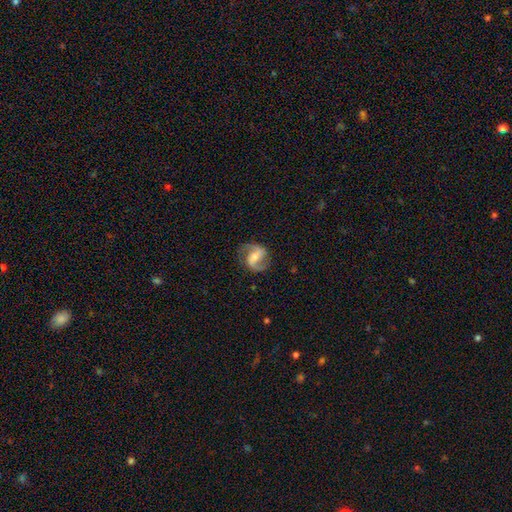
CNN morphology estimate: smooth_or_featured: featured or disk (p=0.84) [alt: smooth p=0.11]
disk_edge_on: no (p=0.98) [alt: yes p=0.02]
bar: weak (p=0.41) [alt: strong p=0.37]
has_spiral_arms: yes (p=0.96) [alt: no p=0.04]
spiral_winding: medium (p=0.50) [alt: loose p=0.34]
spiral_arm_count: 2 (p=0.92) [alt: 1 p=0.03]
bulge_size: moderate (p=0.47) [alt: small p=0.42]
merging: none (p=0.80) [alt: minor disturbance p=0.13]